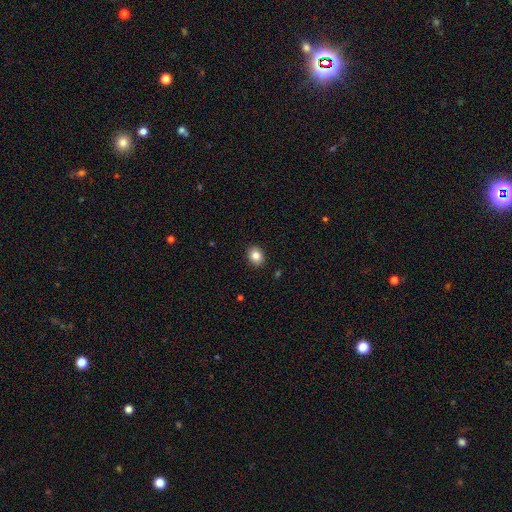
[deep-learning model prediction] smooth-or-featured: smooth: 85% | star or artifact: 9% | featured or disk: 6%
  how-rounded: in between: 50% | round: 49% | cigar-shaped: 1%
  merging: none: 91% | minor disturbance: 6% | major disturbance: 2% | merger: 1%